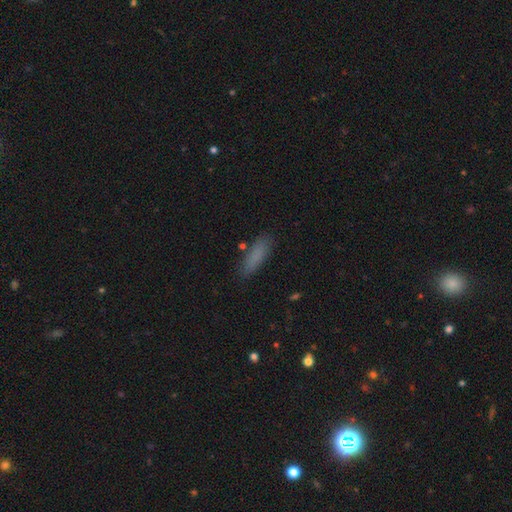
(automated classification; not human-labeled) This is clearly a smooth galaxy (83%). How rounded: likely cigar-shaped (62%). Merging: clearly none (83%).